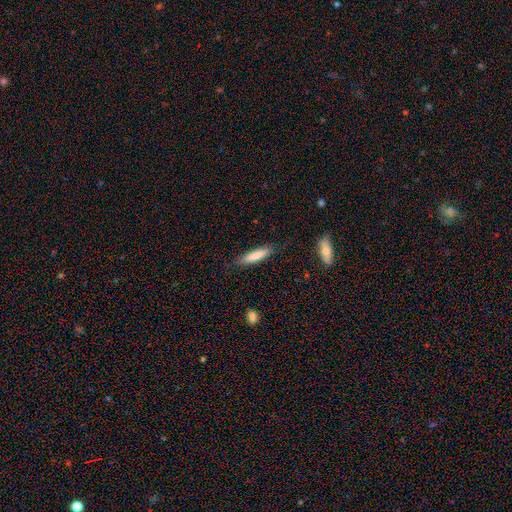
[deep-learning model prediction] This is clearly a smooth galaxy (81%). How rounded: clearly cigar-shaped (81%). Merging: clearly none (82%).